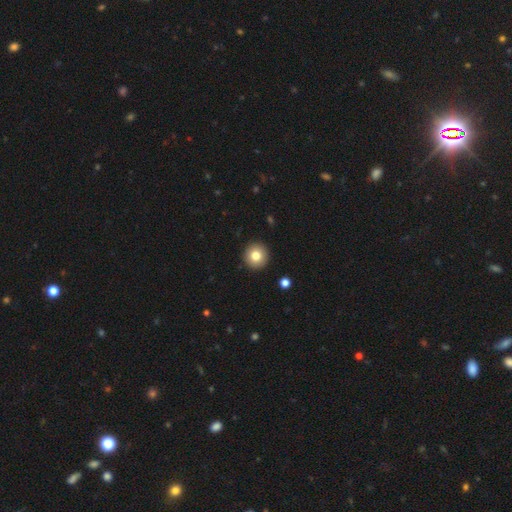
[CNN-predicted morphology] Smooth or featured? smooth (81%)
How rounded? round (95%)
Merging? none (93%)